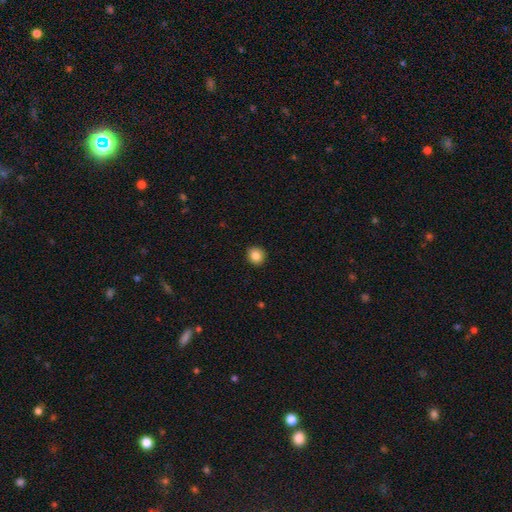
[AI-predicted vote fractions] smooth_or_featured: smooth (p=0.85) [alt: star or artifact p=0.09]
how_rounded: round (p=0.85) [alt: in between p=0.14]
merging: none (p=0.92) [alt: minor disturbance p=0.06]